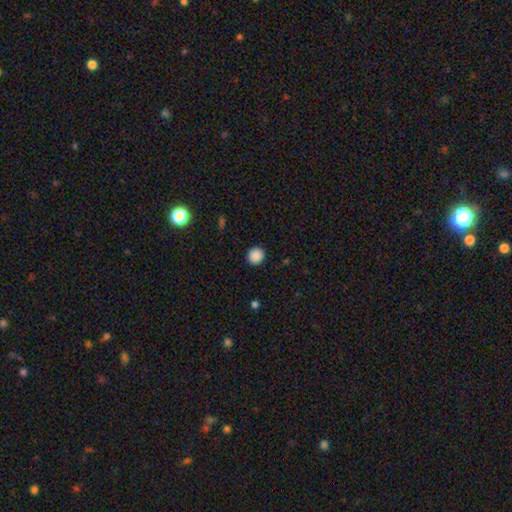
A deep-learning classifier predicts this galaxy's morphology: This appears to be a smooth galaxy with no disk features (88%) that is round (93%). Merging: none (92%).